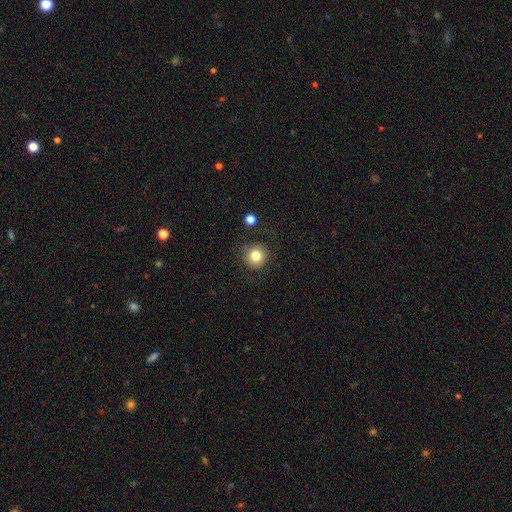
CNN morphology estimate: smooth 82%, star or artifact 11%, featured or disk 7%. Down the decision tree: how rounded — round (93%); merging — none (84%).